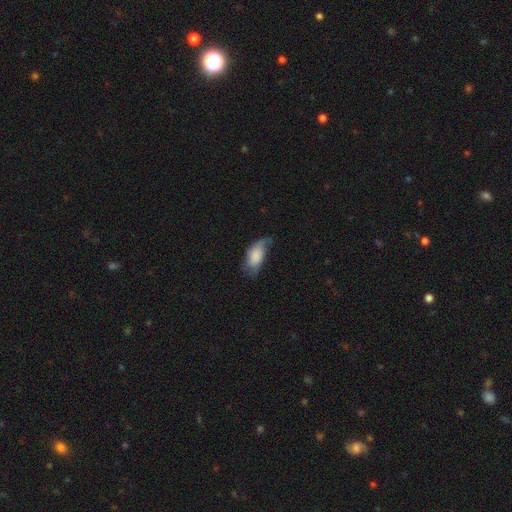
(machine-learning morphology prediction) smooth_or_featured: smooth (p=0.61) [alt: featured or disk p=0.32]
how_rounded: in between (p=0.90) [alt: cigar-shaped p=0.06]
merging: none (p=0.42) [alt: minor disturbance p=0.35]